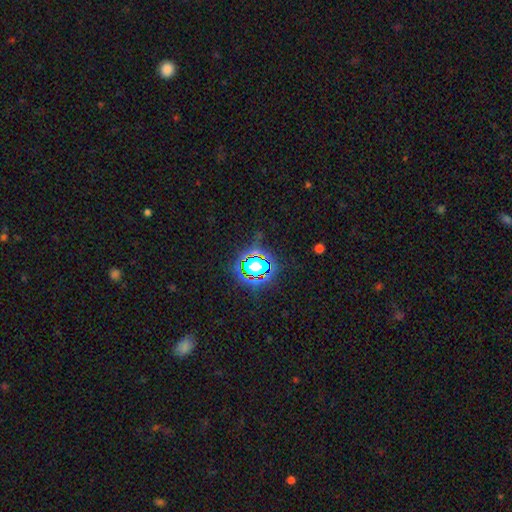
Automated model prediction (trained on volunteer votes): Q: Smooth or featured?
A: star or artifact (78%); runner-up: smooth (14%)